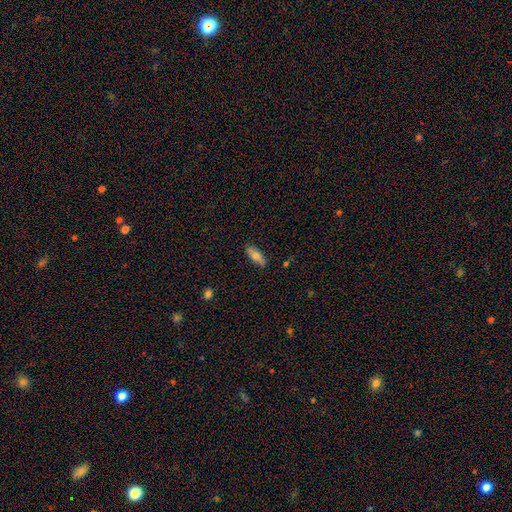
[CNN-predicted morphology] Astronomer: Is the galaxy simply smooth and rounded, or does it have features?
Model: smooth — 72%.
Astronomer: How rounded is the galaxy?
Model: in between — 74%.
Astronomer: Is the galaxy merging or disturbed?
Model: none — 84%.